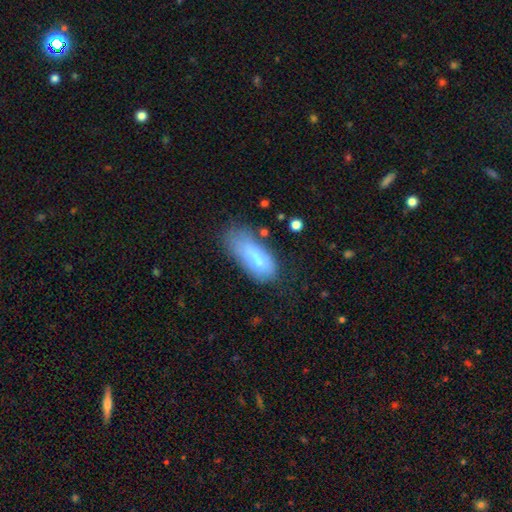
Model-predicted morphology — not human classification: Smooth or featured? Predicted: smooth (p=0.65). How rounded? Predicted: in between (p=0.80). Merging? Predicted: none (p=0.39).